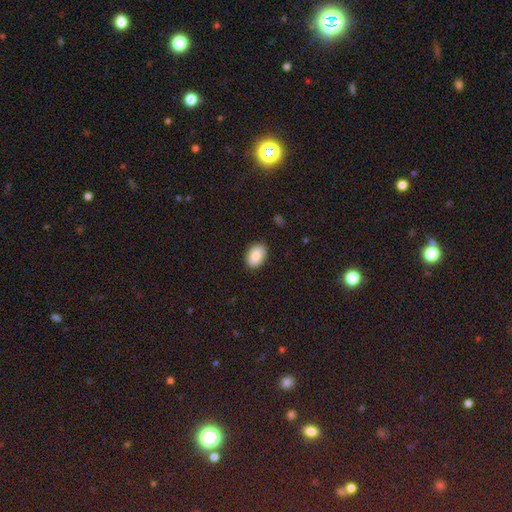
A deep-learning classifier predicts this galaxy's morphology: smooth 85%, featured or disk 8%, star or artifact 7%. Down the decision tree: how rounded — in between (84%); merging — none (87%).